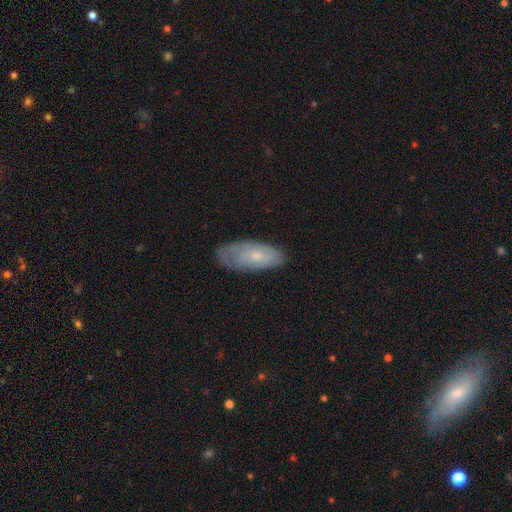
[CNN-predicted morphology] Overall: smooth (56%; featured or disk 37%). How rounded: in between (84%). Merging: none (61%; minor disturbance 29%).